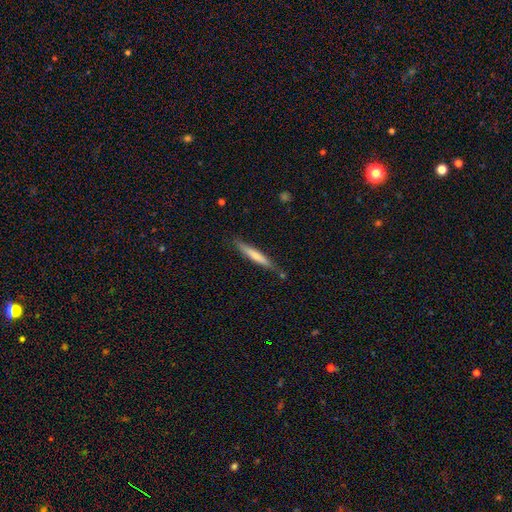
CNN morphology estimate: smooth 66%, featured or disk 29%, star or artifact 5%. Down the decision tree: how rounded — cigar-shaped (94%); merging — none (79%).